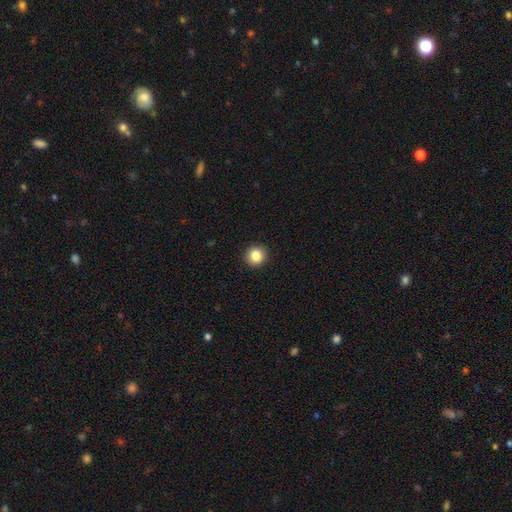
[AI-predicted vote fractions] Q: Smooth or featured?
A: smooth (85%); runner-up: star or artifact (10%)
Q: How rounded?
A: round (91%); runner-up: in between (8%)
Q: Merging?
A: none (93%); runner-up: minor disturbance (5%)